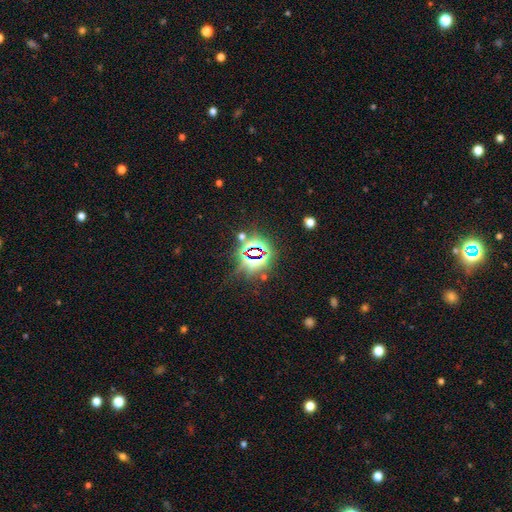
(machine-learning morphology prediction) Smooth or featured? Predicted: star or artifact (p=0.79).